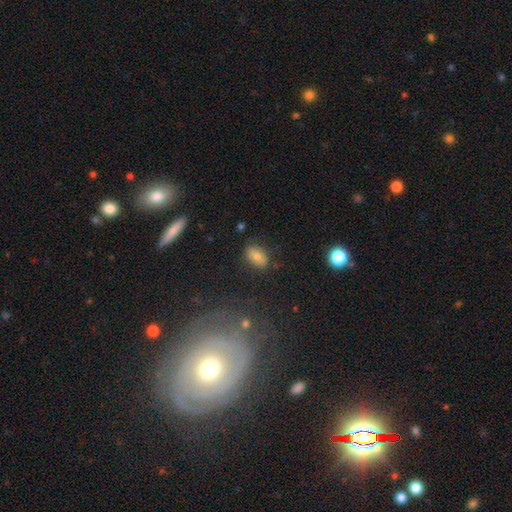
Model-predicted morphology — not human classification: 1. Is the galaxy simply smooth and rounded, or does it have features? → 75% smooth, 13% featured or disk, 12% star or artifact.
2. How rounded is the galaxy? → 88% in between, 9% round, 2% cigar-shaped.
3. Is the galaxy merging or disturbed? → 79% none, 15% minor disturbance, 4% major disturbance, 2% merger.